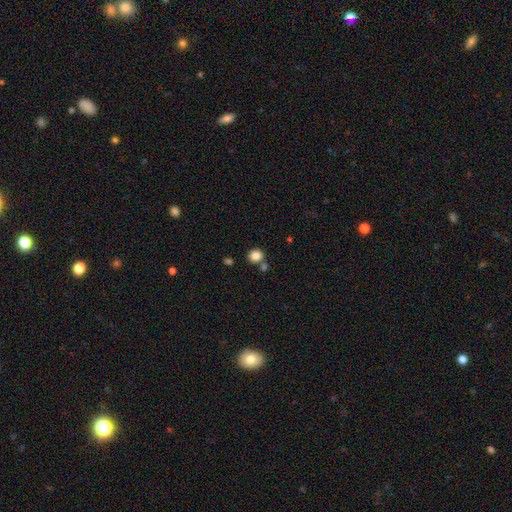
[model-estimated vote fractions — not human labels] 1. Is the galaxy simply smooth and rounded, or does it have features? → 84% smooth, 11% star or artifact, 5% featured or disk.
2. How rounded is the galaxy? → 76% round, 23% in between, 1% cigar-shaped.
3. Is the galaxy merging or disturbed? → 71% none, 16% merger, 10% minor disturbance, 3% major disturbance.